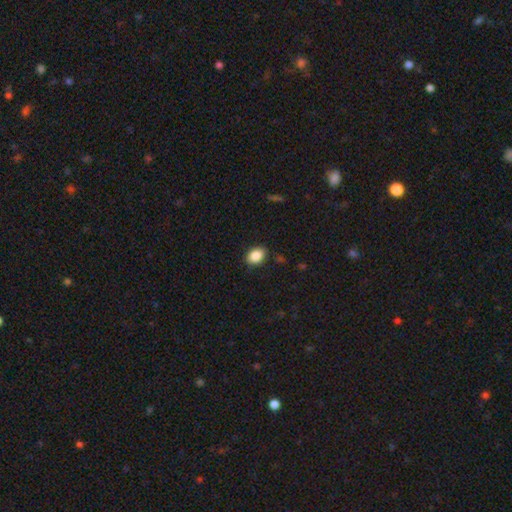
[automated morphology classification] A smooth galaxy with no disk features (87%) that is in between round and cigar-shaped (72%).

Vote fractions:
- Smooth or featured? smooth: 87% / star or artifact: 8% / featured or disk: 5%
- How rounded? in between: 72% / round: 27% / cigar-shaped: 1%
- Merging? none: 87% / minor disturbance: 10% / major disturbance: 2% / merger: 1%